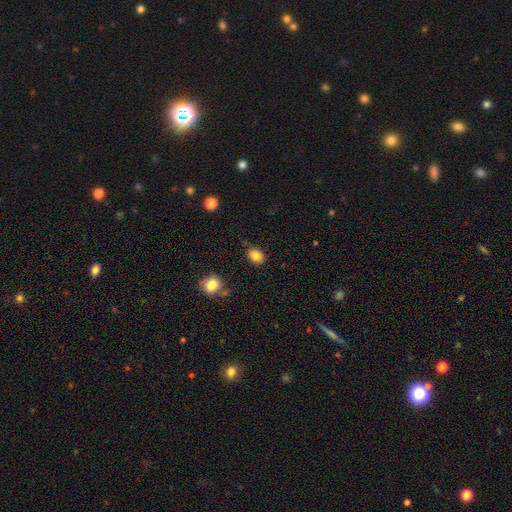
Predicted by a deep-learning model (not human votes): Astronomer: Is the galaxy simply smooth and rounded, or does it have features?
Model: smooth — 83%.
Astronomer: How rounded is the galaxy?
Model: in between — 56% (runner-up: round, 43%).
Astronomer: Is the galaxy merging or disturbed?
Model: none — 77%.